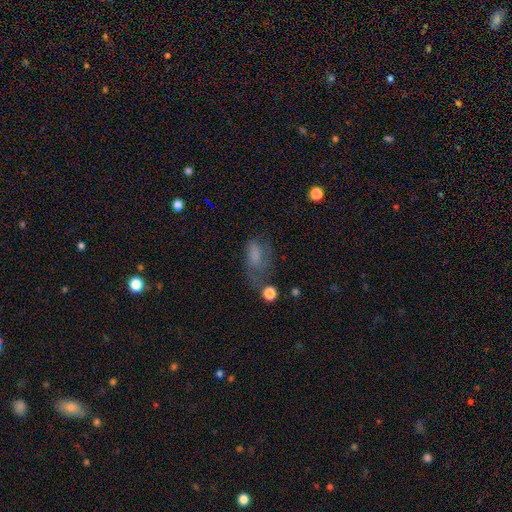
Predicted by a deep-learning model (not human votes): smooth 58%, featured or disk 27%, star or artifact 15%. Down the decision tree: how rounded — in between (85%); merging — none (35%).